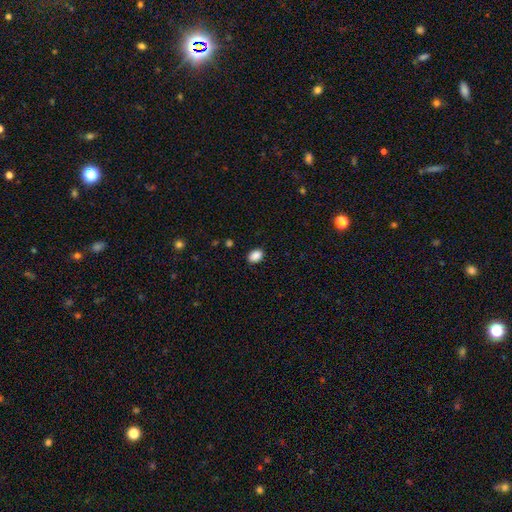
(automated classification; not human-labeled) smooth 89%, star or artifact 8%, featured or disk 3%. Down the decision tree: how rounded — in between (79%); merging — none (88%).